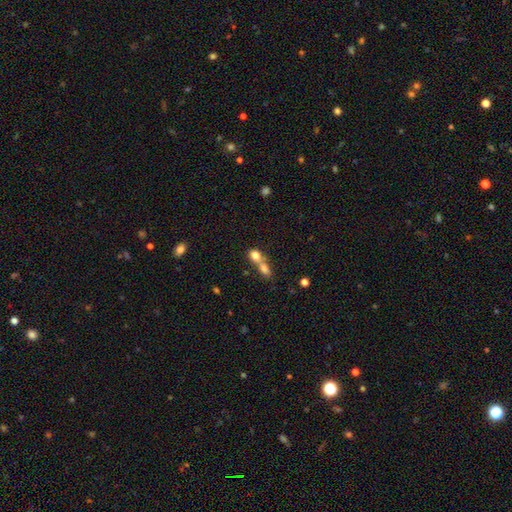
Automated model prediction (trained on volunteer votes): The model was most divided on "how rounded": round: 48%, in between: 47%, cigar-shaped: 5%. More confident: smooth or featured — smooth (76%); merging — merger (66%).